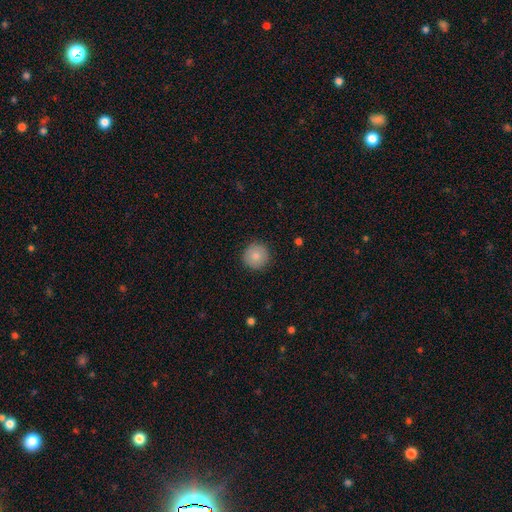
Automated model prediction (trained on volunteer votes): Q: Smooth or featured?
A: smooth (83%); runner-up: featured or disk (8%)
Q: How rounded?
A: round (96%); runner-up: in between (4%)
Q: Merging?
A: none (90%); runner-up: minor disturbance (7%)